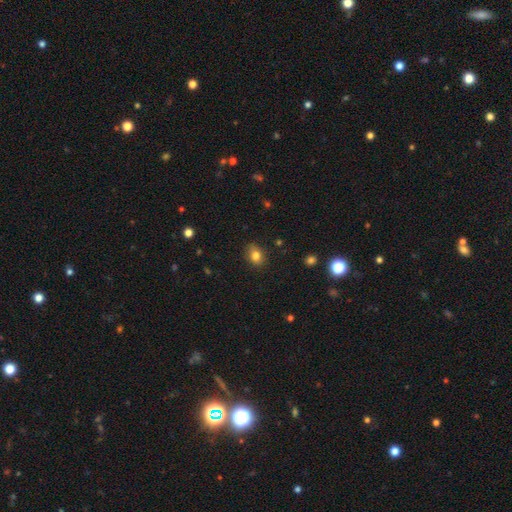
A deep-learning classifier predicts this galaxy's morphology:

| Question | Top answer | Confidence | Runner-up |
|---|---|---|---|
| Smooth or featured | smooth | 81% | star or artifact (11%) |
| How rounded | in between | 62% | round (37%) |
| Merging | none | 82% | minor disturbance (14%) |